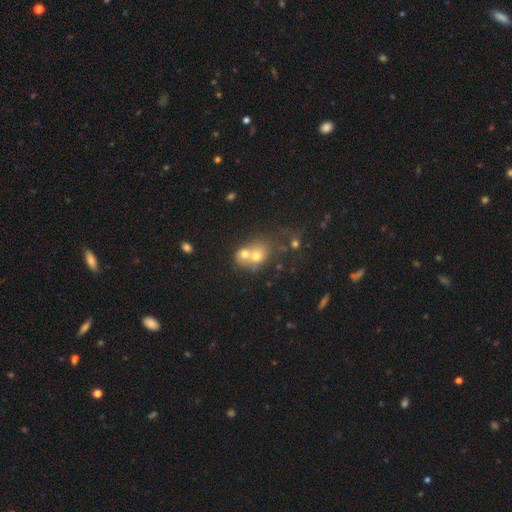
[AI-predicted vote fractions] Morphology: type=smooth (62%); roundness=round (60%); merging=merger (66%).